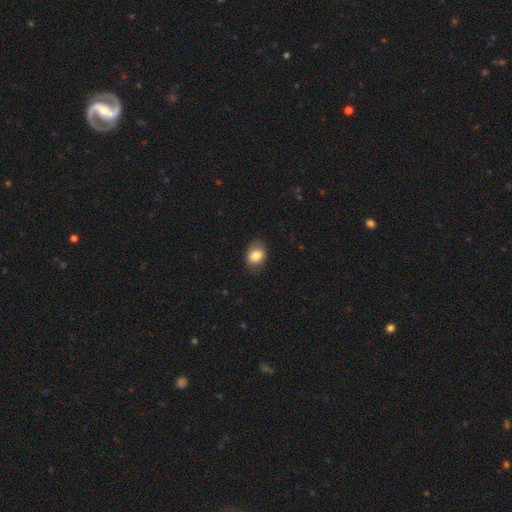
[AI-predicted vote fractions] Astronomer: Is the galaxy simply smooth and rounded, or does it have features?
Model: smooth — 81%.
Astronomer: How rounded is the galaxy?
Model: in between — 61% (runner-up: round, 38%).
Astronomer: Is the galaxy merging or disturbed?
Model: none — 76%.